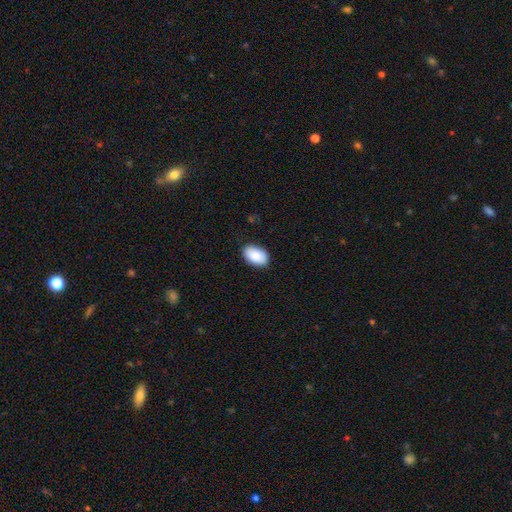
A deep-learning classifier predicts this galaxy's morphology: Overall: smooth (89%). How rounded: in between (92%). Merging: none (87%).